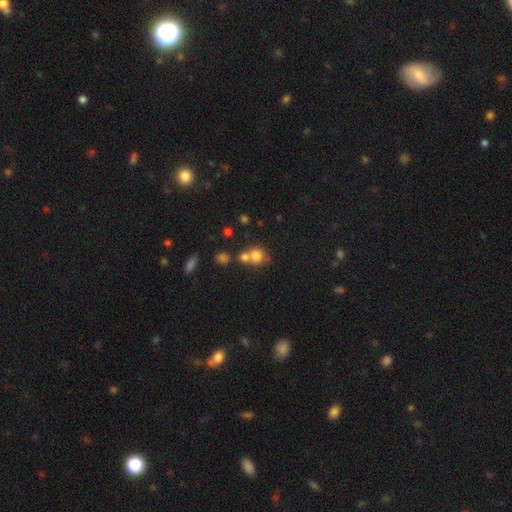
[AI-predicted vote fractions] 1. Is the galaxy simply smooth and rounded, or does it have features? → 76% smooth, 13% star or artifact, 11% featured or disk.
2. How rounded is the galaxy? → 82% round, 17% in between, 1% cigar-shaped.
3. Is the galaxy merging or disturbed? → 47% merger, 40% none, 9% minor disturbance, 4% major disturbance.